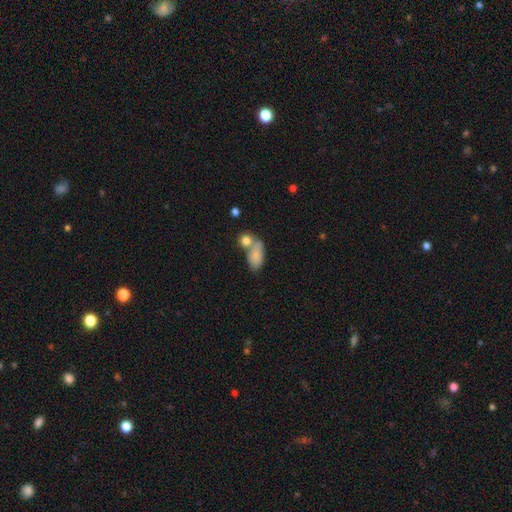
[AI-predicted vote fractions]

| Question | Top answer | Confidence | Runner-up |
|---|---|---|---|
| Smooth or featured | smooth | 80% | featured or disk (12%) |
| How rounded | in between | 87% | round (8%) |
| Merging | merger | 41% | none (36%) |